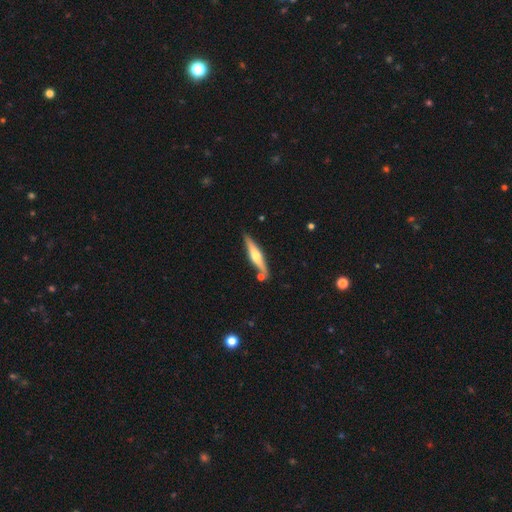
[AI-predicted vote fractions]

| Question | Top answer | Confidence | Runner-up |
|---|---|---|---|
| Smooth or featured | featured or disk | 62% | smooth (32%) |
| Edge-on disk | yes | 96% | no (4%) |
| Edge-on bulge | rounded | 88% | boxy (7%) |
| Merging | none | 81% | minor disturbance (10%) |